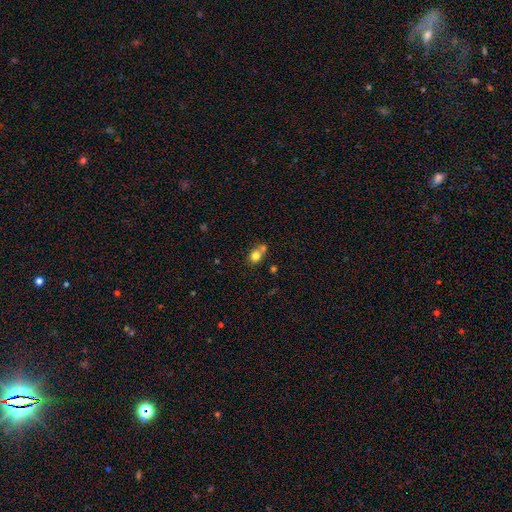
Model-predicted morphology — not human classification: smooth-or-featured: smooth: 77% | star or artifact: 12% | featured or disk: 11%
  how-rounded: round: 65% | in between: 34% | cigar-shaped: 1%
  merging: none: 44% | merger: 40% | minor disturbance: 11% | major disturbance: 4%